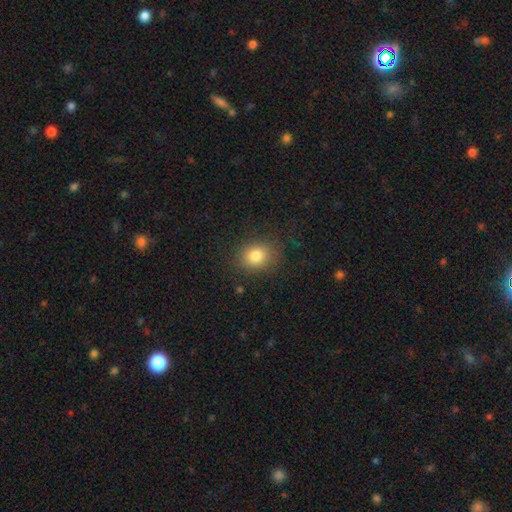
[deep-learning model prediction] Smooth or featured? smooth (81%)
How rounded? round (58%)
Merging? none (82%)